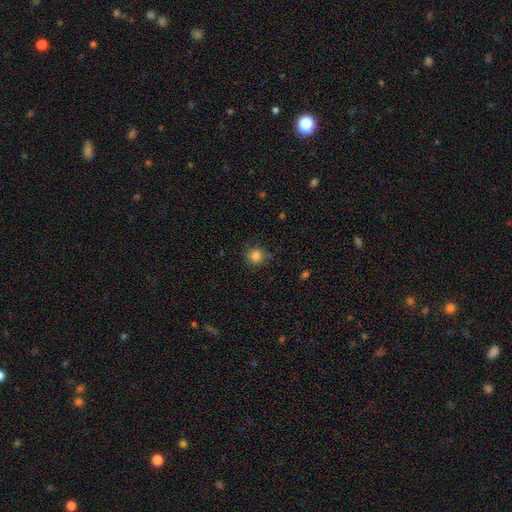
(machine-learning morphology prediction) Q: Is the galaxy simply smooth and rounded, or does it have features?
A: smooth — 83%.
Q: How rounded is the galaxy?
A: round — 91%.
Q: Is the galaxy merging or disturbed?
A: none — 83%.